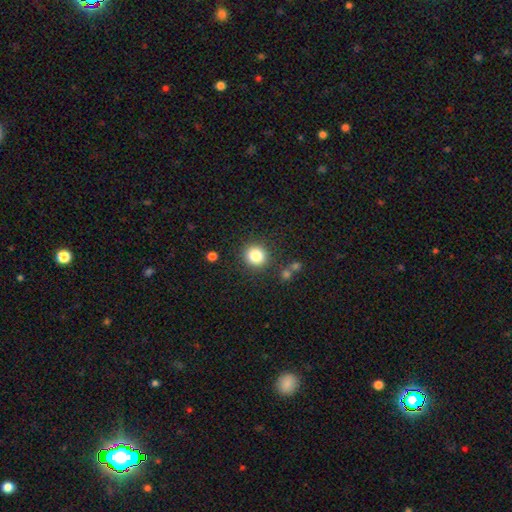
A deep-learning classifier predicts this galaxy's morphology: Smooth or featured: smooth — 84% (star or artifact — 11%)
How rounded: round — 91% (in between — 8%)
Merging: none — 87% (minor disturbance — 7%)